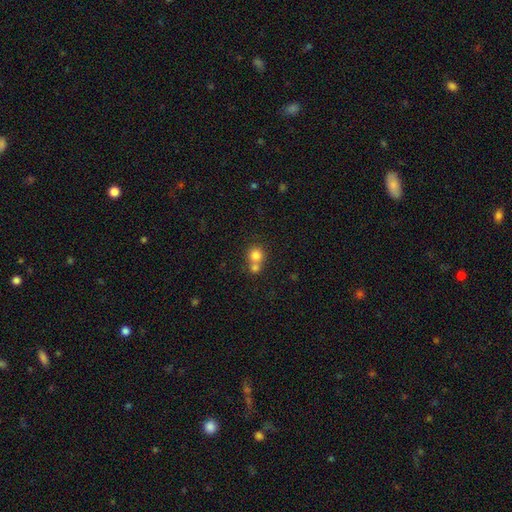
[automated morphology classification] type=smooth (79%); roundness=round (87%); merging=merger (52%).